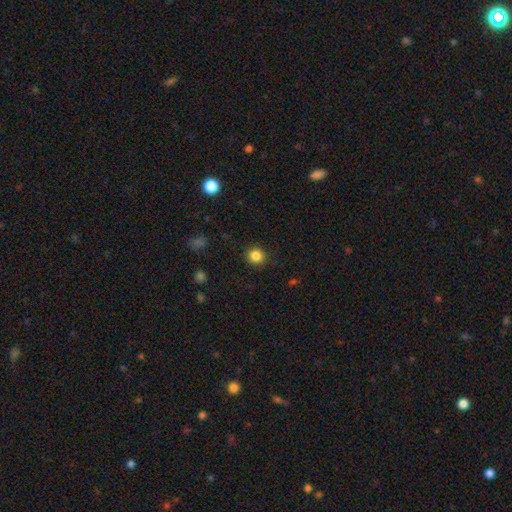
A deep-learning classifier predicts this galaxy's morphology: Smooth or featured? smooth (84%)
How rounded? round (92%)
Merging? none (91%)